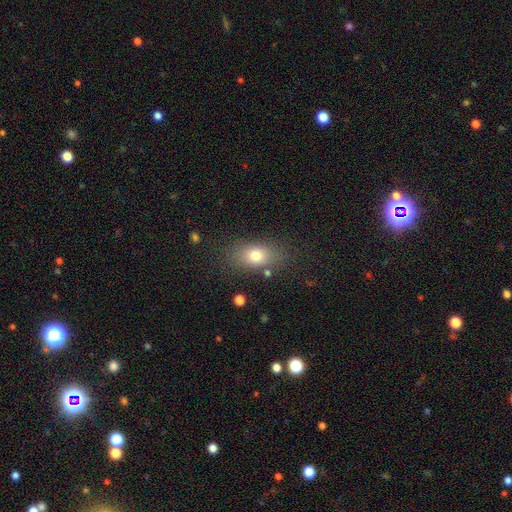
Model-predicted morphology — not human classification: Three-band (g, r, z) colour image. It shows a smooth galaxy with no disk features (76%) that is in between round and cigar-shaped (77%). Merging: none (79%).